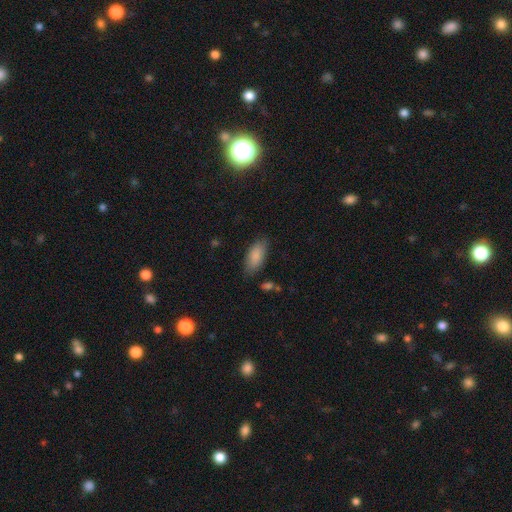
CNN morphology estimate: Smooth or featured: smooth — 87% (featured or disk — 7%)
How rounded: in between — 88% (cigar-shaped — 10%)
Merging: none — 81% (minor disturbance — 14%)